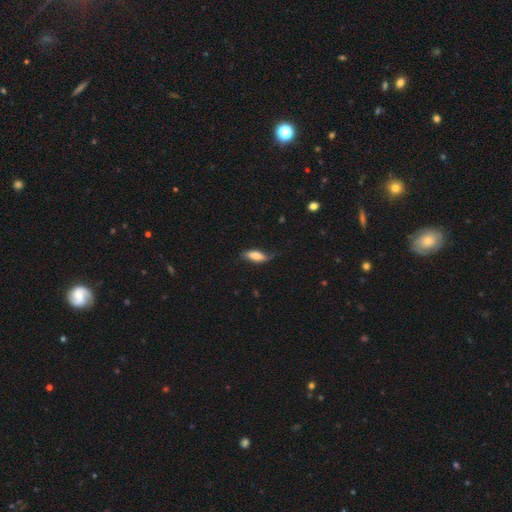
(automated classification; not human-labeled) Smooth or featured? Predicted: smooth (p=0.70). How rounded? Predicted: in between (p=0.68). Merging? Predicted: none (p=0.55).